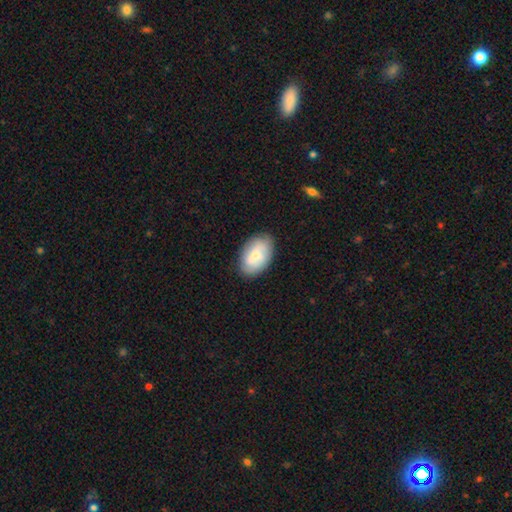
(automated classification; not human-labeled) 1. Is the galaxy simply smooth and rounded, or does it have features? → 54% smooth, 39% featured or disk, 7% star or artifact.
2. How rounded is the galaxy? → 90% in between, 8% round, 2% cigar-shaped.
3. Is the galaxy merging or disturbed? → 82% none, 13% minor disturbance, 3% major disturbance, 1% merger.